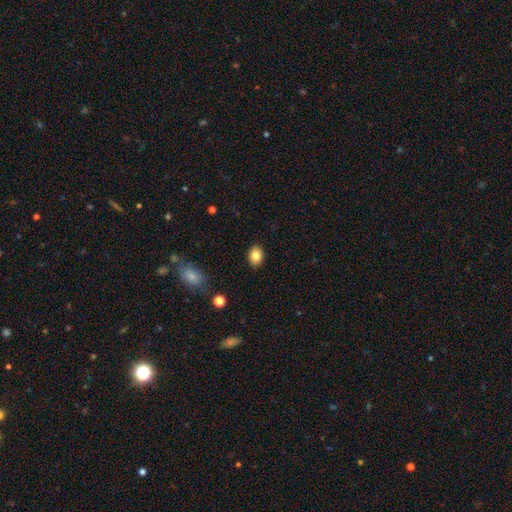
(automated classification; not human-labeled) The model was most divided on "how rounded": in between: 74%, round: 25%, cigar-shaped: 1%. More confident: merging — none (89%); smooth or featured — smooth (83%).